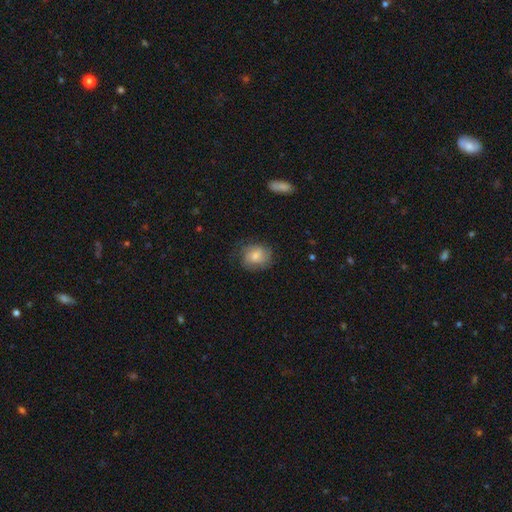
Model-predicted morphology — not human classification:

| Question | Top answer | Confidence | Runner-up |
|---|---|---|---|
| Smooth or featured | smooth | 61% | featured or disk (31%) |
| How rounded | round | 55% | in between (43%) |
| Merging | none | 66% | minor disturbance (23%) |